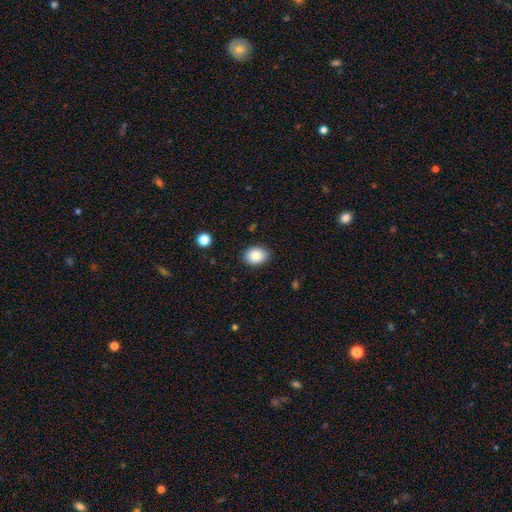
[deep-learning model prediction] Morphology: type=smooth (87%); roundness=in between (61%); merging=none (87%).